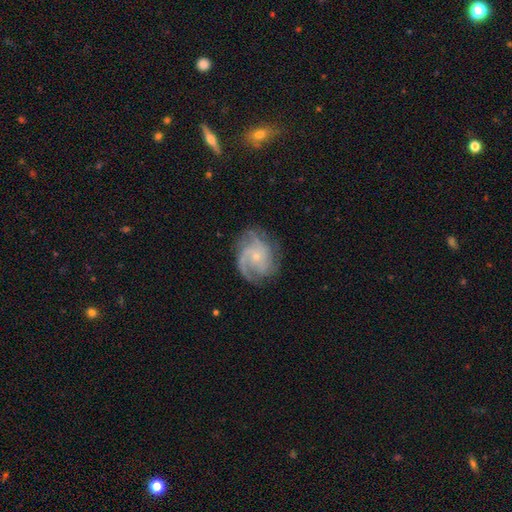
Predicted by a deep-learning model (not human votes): This is clearly a featured or disk galaxy (84%). It is clearly not viewed edge-on (98%). Bar: likely no (73%). Spiral arm pattern: clearly yes (96%). Spiral arm count: marginally 3 (35%). Spiral winding: possibly medium (45%). Central bulge: likely small (78%). Merging: likely none (71%).